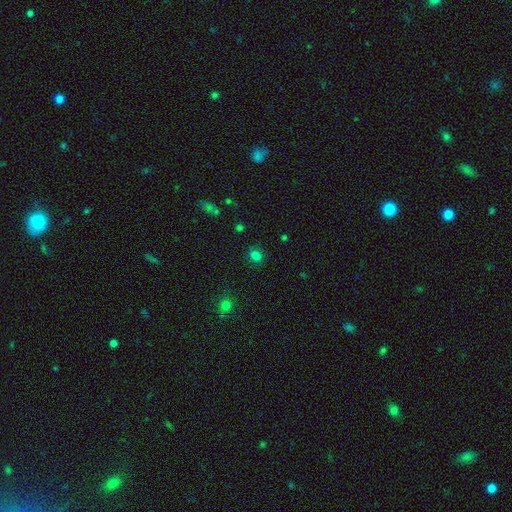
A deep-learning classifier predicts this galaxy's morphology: A smooth galaxy with no disk features (78%) that is in between round and cigar-shaped (51%).

Vote fractions:
- Smooth or featured? smooth: 78% / star or artifact: 17% / featured or disk: 5%
- How rounded? in between: 51% / round: 48% / cigar-shaped: 1%
- Merging? none: 81% / minor disturbance: 13% / major disturbance: 4% / merger: 2%